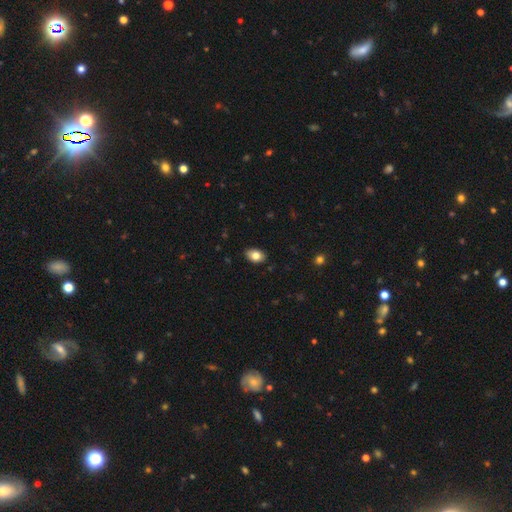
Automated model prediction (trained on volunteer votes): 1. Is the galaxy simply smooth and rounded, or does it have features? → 81% smooth, 11% featured or disk, 8% star or artifact.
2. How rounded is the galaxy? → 85% in between, 14% round, 1% cigar-shaped.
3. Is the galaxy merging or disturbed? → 86% none, 12% minor disturbance, 2% major disturbance, 1% merger.